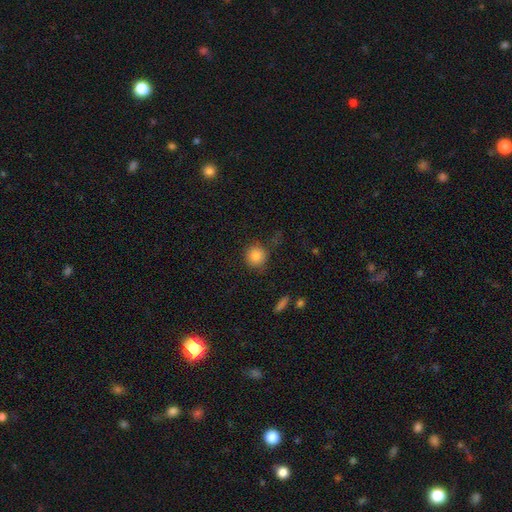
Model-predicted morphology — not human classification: The model was most divided on "merging": none: 81%, minor disturbance: 13%, major disturbance: 4%, merger: 3%. More confident: how rounded — round (92%); smooth or featured — smooth (84%).